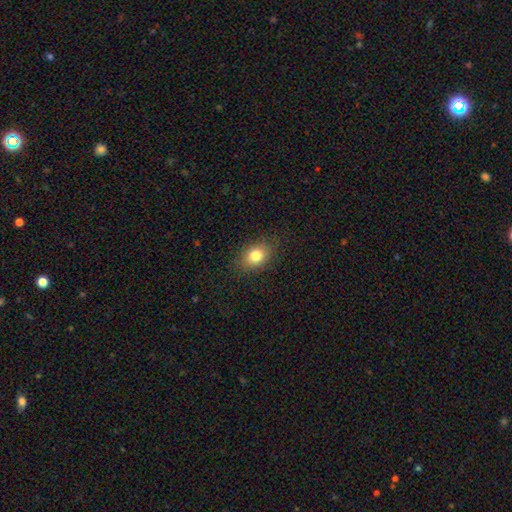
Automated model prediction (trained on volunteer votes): Smooth or featured?
  - smooth: 80% *
  - star or artifact: 11%
  - featured or disk: 10%
How rounded?
  - in between: 66% *
  - round: 33%
  - cigar-shaped: 2%
Merging?
  - none: 85% *
  - minor disturbance: 11%
  - major disturbance: 3%
  - merger: 1%